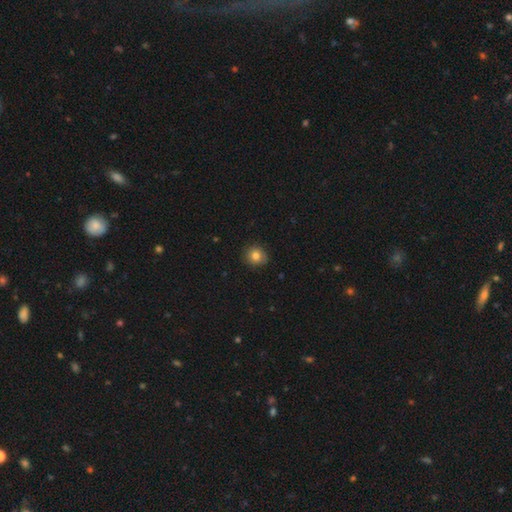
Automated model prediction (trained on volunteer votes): The model was most divided on "smooth or featured": smooth: 81%, star or artifact: 11%, featured or disk: 9%. More confident: merging — none (85%); how rounded — round (85%).